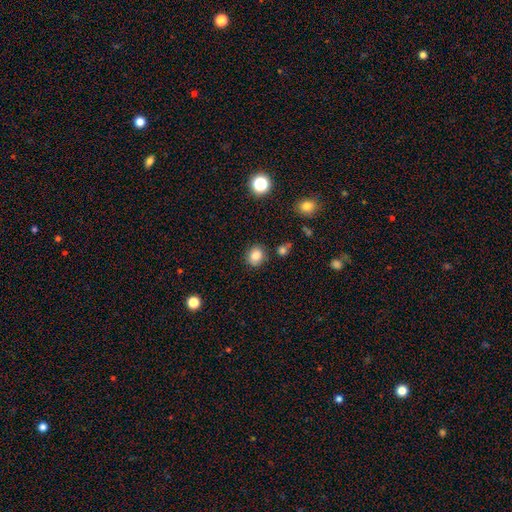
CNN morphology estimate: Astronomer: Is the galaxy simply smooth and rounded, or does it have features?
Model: smooth — 84%.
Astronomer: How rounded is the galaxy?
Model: round — 67%.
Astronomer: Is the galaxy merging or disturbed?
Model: none — 82%.